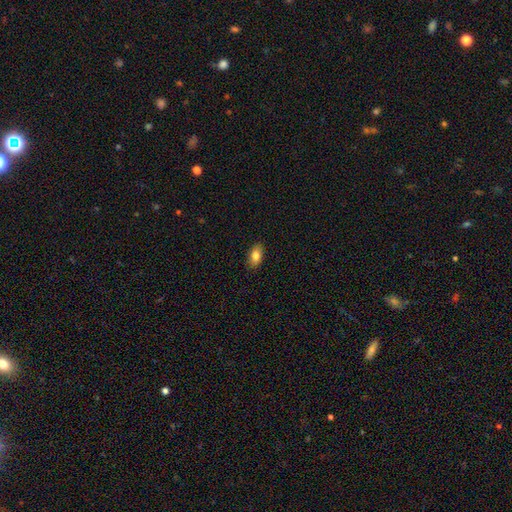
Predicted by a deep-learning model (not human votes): smooth 83%, featured or disk 9%, star or artifact 8%. Down the decision tree: how rounded — in between (90%); merging — none (89%).